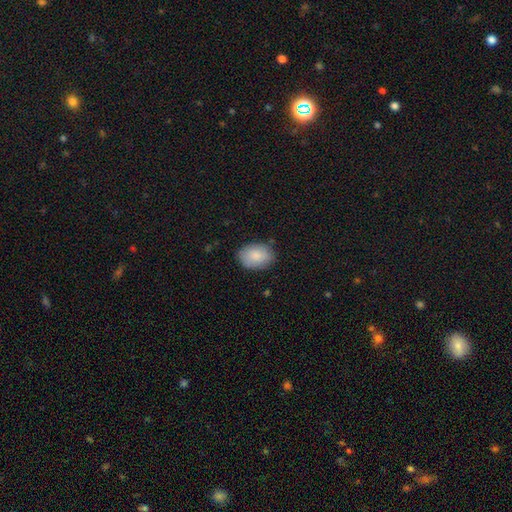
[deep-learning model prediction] A smooth galaxy with no disk features (86%) that is in between round and cigar-shaped (78%). Merging: none (82%).